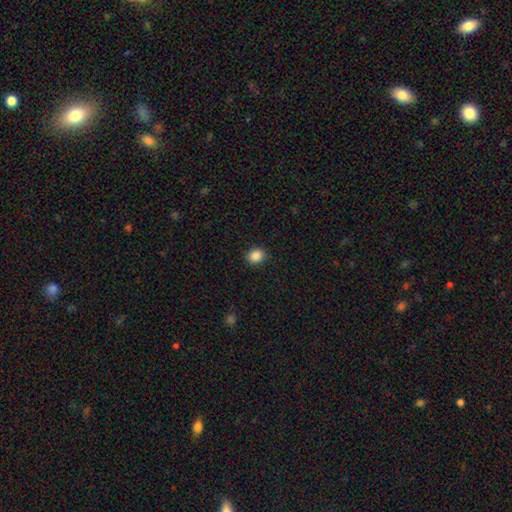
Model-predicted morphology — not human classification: Smooth or featured?
  - smooth: 88% *
  - star or artifact: 10%
  - featured or disk: 3%
How rounded?
  - round: 68% *
  - in between: 31%
  - cigar-shaped: 1%
Merging?
  - none: 91% *
  - minor disturbance: 6%
  - major disturbance: 2%
  - merger: 1%